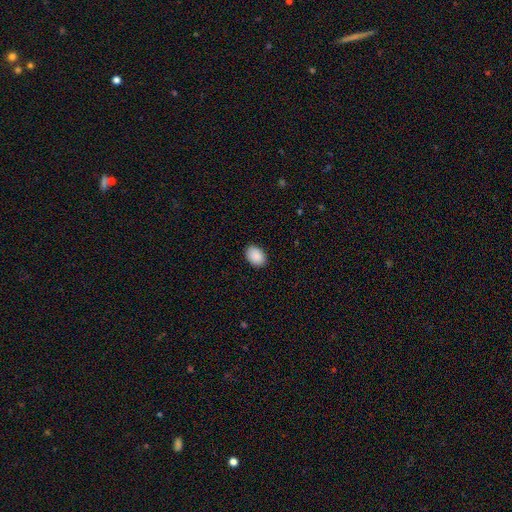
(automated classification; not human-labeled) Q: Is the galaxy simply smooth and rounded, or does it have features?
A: smooth — 90%.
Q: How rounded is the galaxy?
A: in between — 80%.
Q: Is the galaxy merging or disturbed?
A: none — 89%.